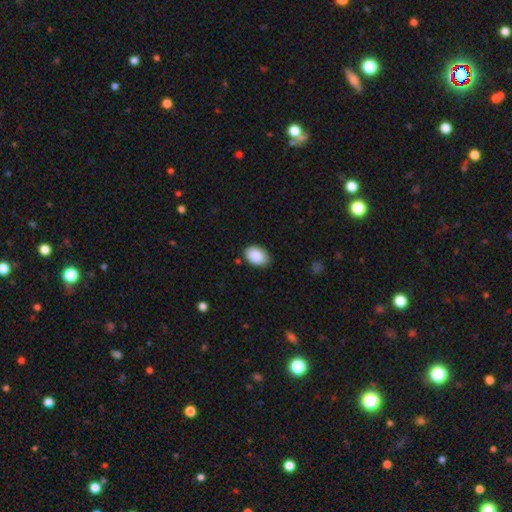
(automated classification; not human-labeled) Morphology: type=smooth (90%); roundness=in between (87%); merging=none (82%).